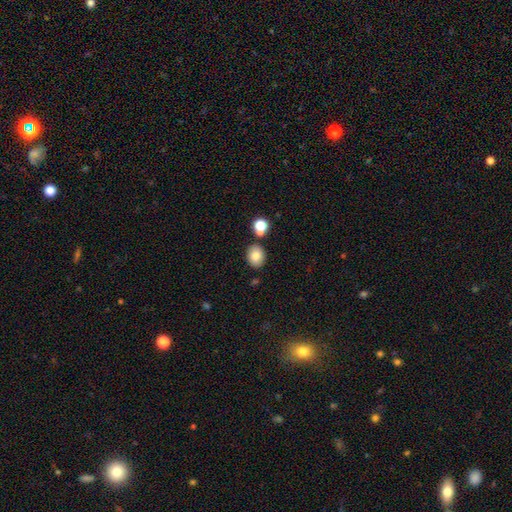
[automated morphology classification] Q: Smooth or featured?
A: smooth (82%); runner-up: star or artifact (10%)
Q: How rounded?
A: in between (55%); runner-up: round (44%)
Q: Merging?
A: none (78%); runner-up: minor disturbance (10%)